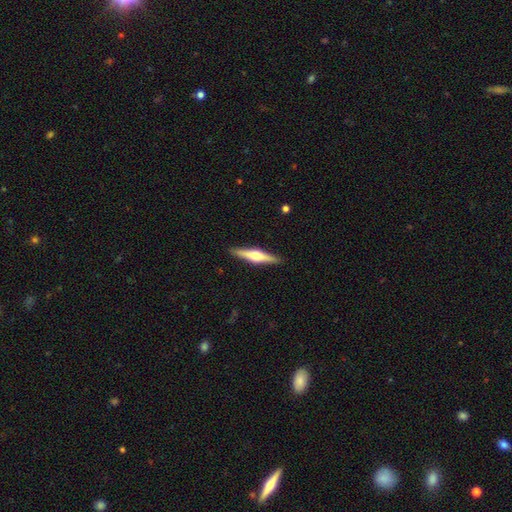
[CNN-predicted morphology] type=featured or disk (68%); edge-on=yes (98%); edge-on bulge=rounded (93%); merging=none (91%).